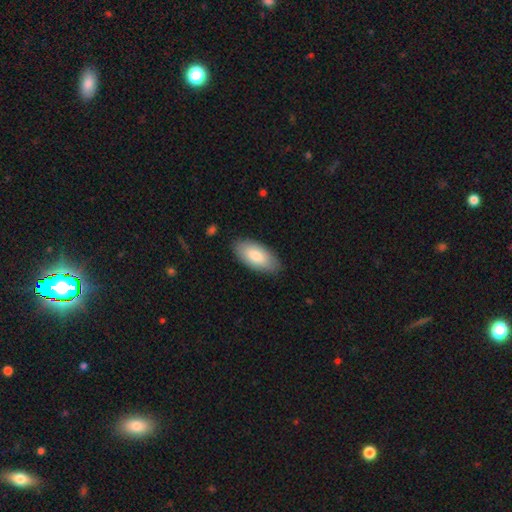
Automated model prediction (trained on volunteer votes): smooth_or_featured: smooth (p=0.83) [alt: featured or disk p=0.12]
how_rounded: in between (p=0.93) [alt: cigar-shaped p=0.05]
merging: none (p=0.86) [alt: minor disturbance p=0.11]